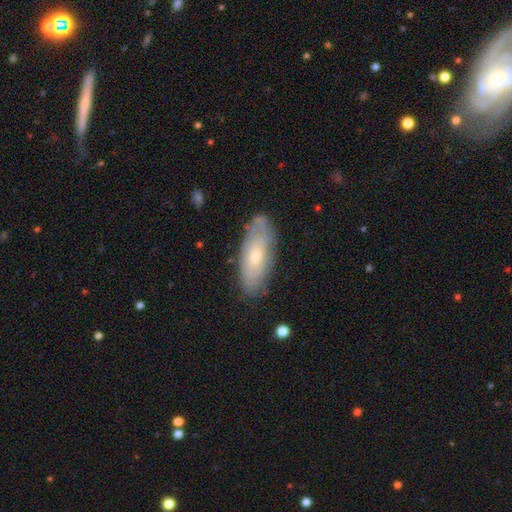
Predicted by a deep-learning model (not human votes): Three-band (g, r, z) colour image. It shows a smooth galaxy with no disk features (57%) that is in between round and cigar-shaped (74%). Merging: none (78%).